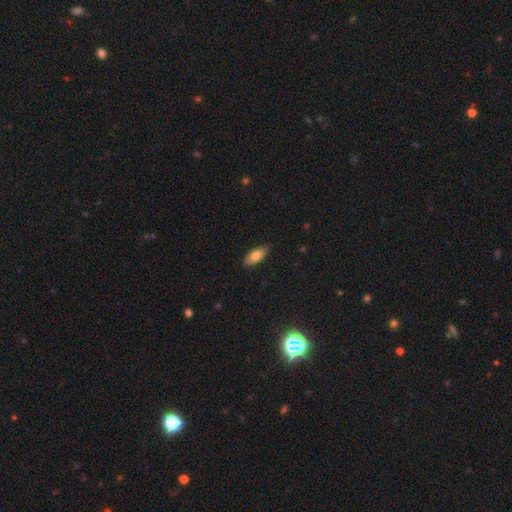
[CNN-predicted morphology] Smooth or featured? Predicted: smooth (p=0.77). How rounded? Predicted: in between (p=0.85). Merging? Predicted: none (p=0.85).